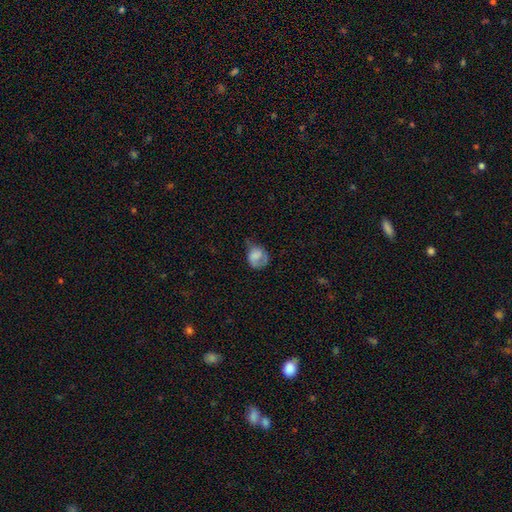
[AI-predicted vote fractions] Smooth or featured? smooth (71%)
How rounded? round (57%)
Merging? minor disturbance (37%)